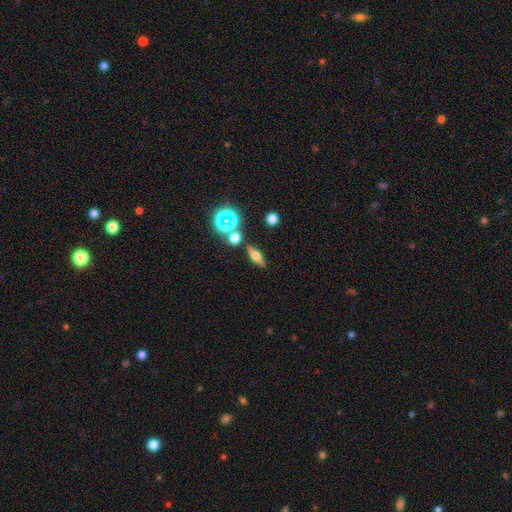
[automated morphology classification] Smooth or featured? Predicted: featured or disk (p=0.49). Merging? Predicted: none (p=0.81).